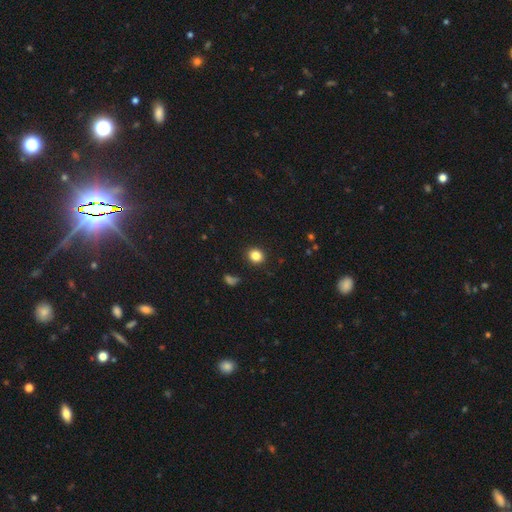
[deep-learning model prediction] This appears to be a smooth galaxy with no disk features (84%) that is round (78%). Merging: none (89%).